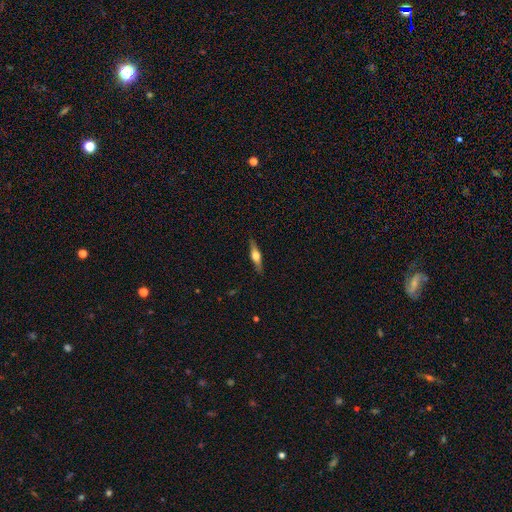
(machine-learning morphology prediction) This is possibly a featured or disk galaxy (57%). It is clearly viewed edge-on (95%). Edge-on bulge: clearly rounded (91%). Merging: clearly none (88%).